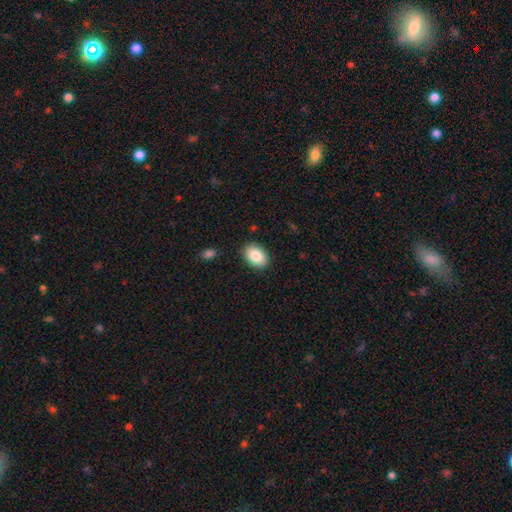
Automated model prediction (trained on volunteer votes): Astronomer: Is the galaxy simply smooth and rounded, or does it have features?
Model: smooth — 85%.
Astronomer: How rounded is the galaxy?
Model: in between — 83%.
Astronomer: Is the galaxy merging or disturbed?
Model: none — 87%.